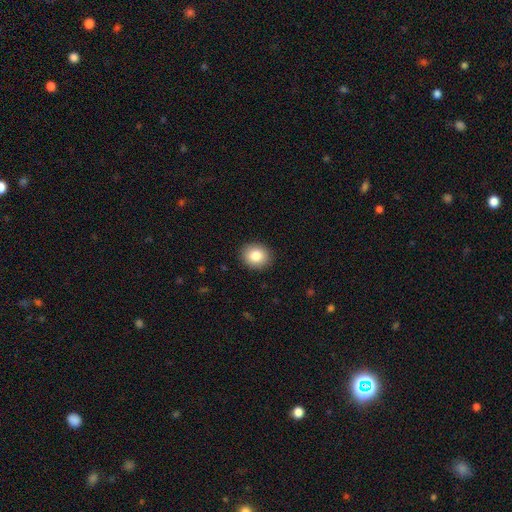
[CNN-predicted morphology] smooth-or-featured: smooth: 84% | star or artifact: 9% | featured or disk: 7%
  how-rounded: round: 68% | in between: 31% | cigar-shaped: 1%
  merging: none: 90% | minor disturbance: 7% | major disturbance: 2% | merger: 1%